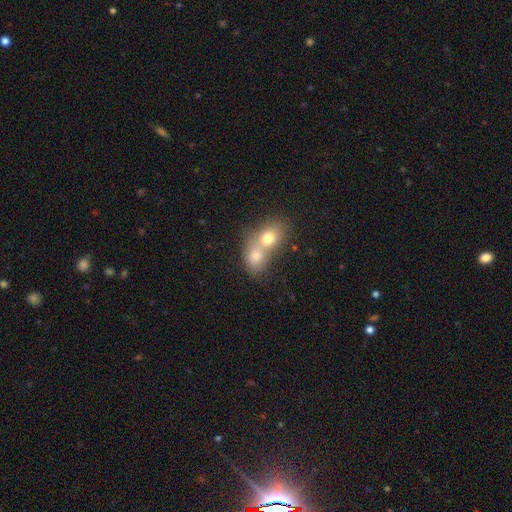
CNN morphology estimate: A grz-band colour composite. It shows a smooth galaxy with no disk features (75%) that is in between round and cigar-shaped (57%). Merging: merger (74%).